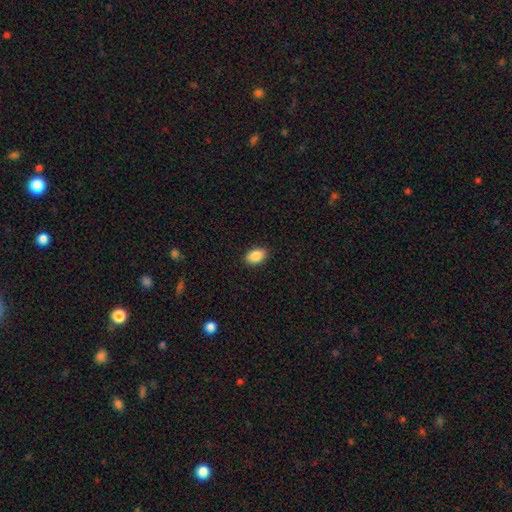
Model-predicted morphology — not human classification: Smooth or featured? Predicted: smooth (p=0.89). How rounded? Predicted: in between (p=0.87). Merging? Predicted: none (p=0.90).